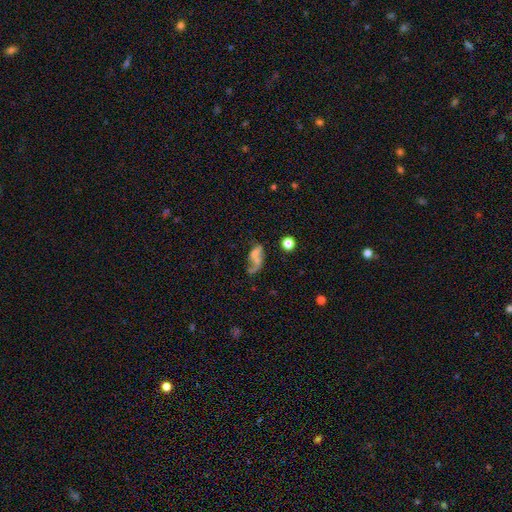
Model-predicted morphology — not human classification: smooth-or-featured: featured or disk: 43% | smooth: 42% | star or artifact: 16%
  merging: merger: 35% | major disturbance: 26% | none: 25% | minor disturbance: 14%